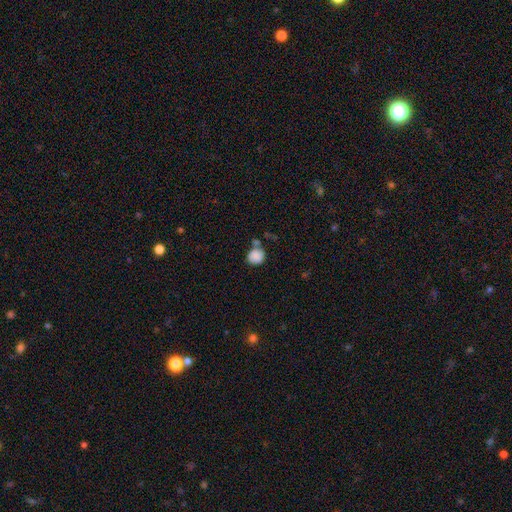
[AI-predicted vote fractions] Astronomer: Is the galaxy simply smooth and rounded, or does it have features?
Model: smooth — 86%.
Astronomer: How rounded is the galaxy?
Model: round — 77%.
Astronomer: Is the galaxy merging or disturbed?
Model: none — 53%.